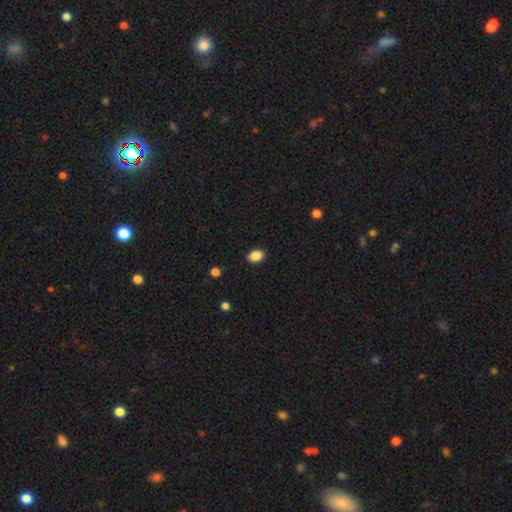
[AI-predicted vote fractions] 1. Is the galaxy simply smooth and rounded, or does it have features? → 87% smooth, 9% star or artifact, 4% featured or disk.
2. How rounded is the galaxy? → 75% in between, 24% round, 1% cigar-shaped.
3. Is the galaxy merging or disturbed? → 90% none, 8% minor disturbance, 2% major disturbance, 1% merger.